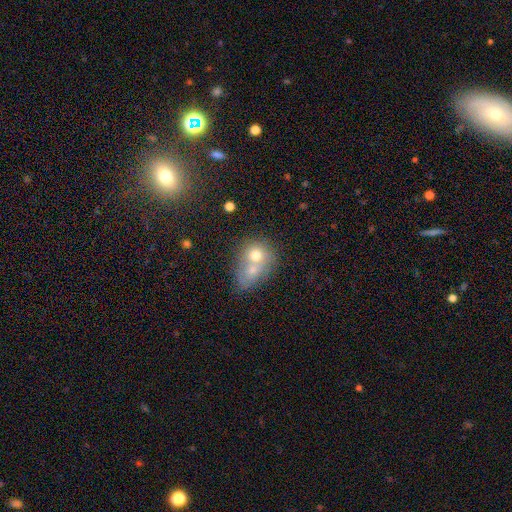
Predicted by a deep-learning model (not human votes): The model was most divided on "how rounded": round: 62%, in between: 37%, cigar-shaped: 1%. More confident: merging — merger (70%); smooth or featured — smooth (67%).